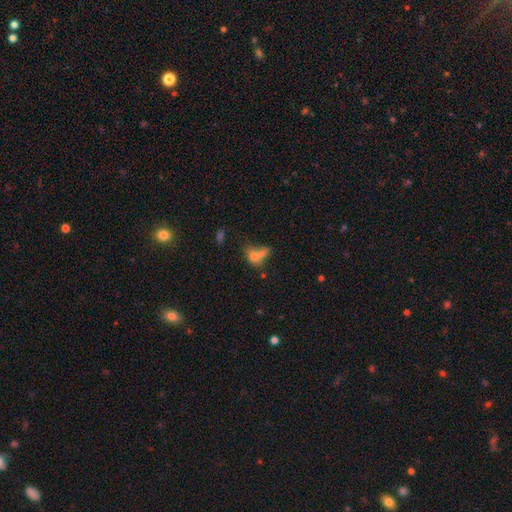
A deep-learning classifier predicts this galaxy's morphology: smooth 70%, featured or disk 18%, star or artifact 12%. Down the decision tree: how rounded — in between (63%); merging — merger (55%).